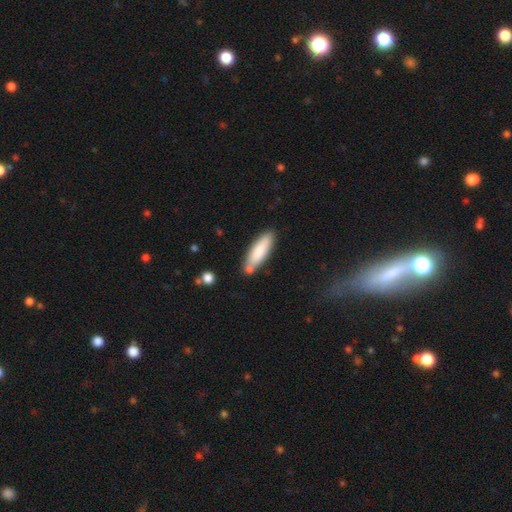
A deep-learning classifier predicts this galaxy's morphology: Overall: smooth (81%). How rounded: cigar-shaped (57%; in between 41%). Merging: none (74%).